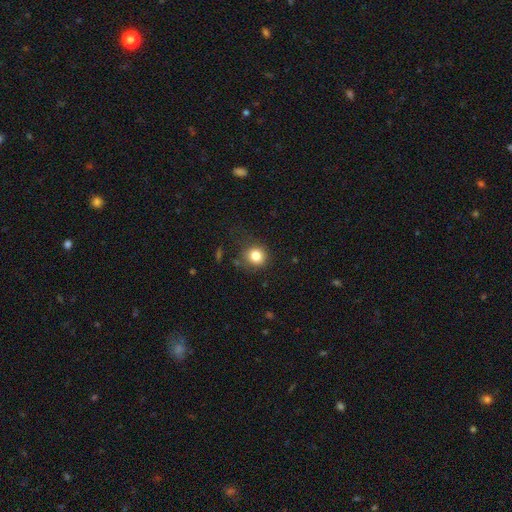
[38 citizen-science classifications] Smooth or featured? smooth (97%)
How rounded? round (97%)
Merging? none (73%)